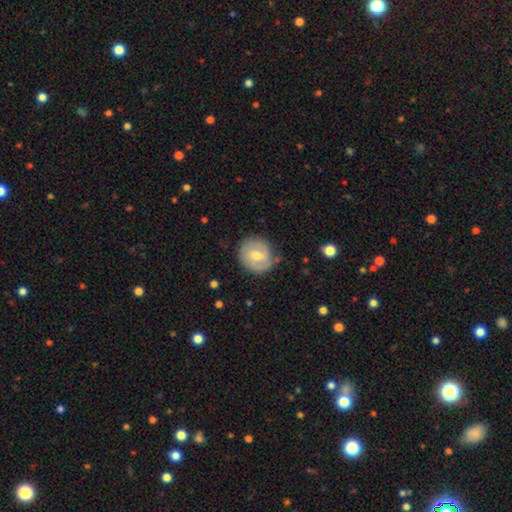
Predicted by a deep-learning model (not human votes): Smooth or featured?
  - featured or disk: 58% *
  - smooth: 35%
  - star or artifact: 7%
Edge-on disk?
  - no: 97% *
  - yes: 3%
Bar?
  - weak: 52% *
  - no: 35%
  - strong: 13%
Spiral arms?
  - yes: 77% *
  - no: 23%
Bulge size?
  - moderate: 59% *
  - small: 36%
  - large: 2%
  - none: 1%
  - dominant: 1%
Merging?
  - none: 78% *
  - minor disturbance: 16%
  - major disturbance: 4%
  - merger: 1%